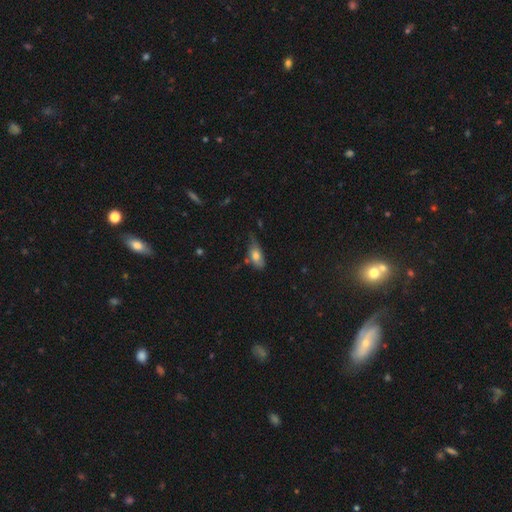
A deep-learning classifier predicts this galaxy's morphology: This appears to be a smooth galaxy with no disk features (72%) that is in between round and cigar-shaped (85%). Merging: none (42%).